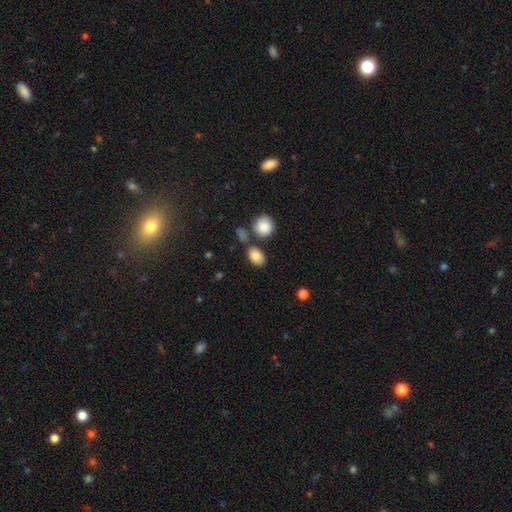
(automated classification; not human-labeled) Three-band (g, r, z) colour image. It shows a smooth galaxy with no disk features (85%) that is in between round and cigar-shaped (82%). Merging: none (67%).